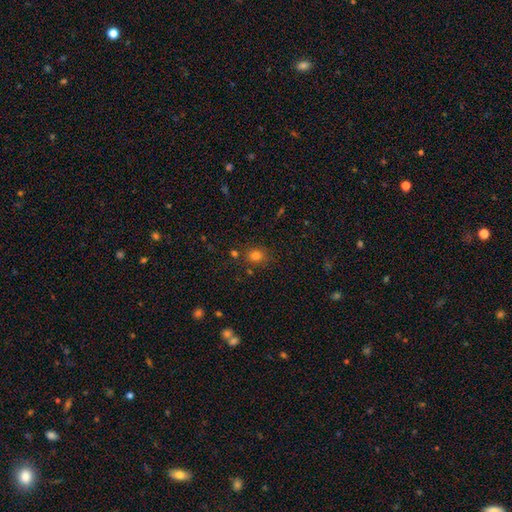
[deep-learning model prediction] Morphology: type=smooth (77%); roundness=round (61%); merging=none (76%).